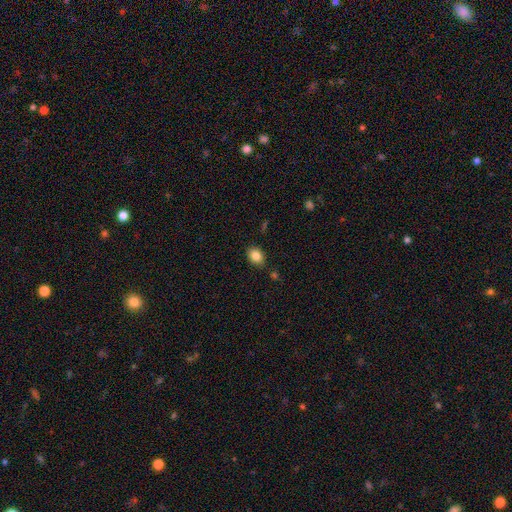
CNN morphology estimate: This appears to be a smooth galaxy with no disk features (85%) that is in between round and cigar-shaped (68%). Merging: none (82%).